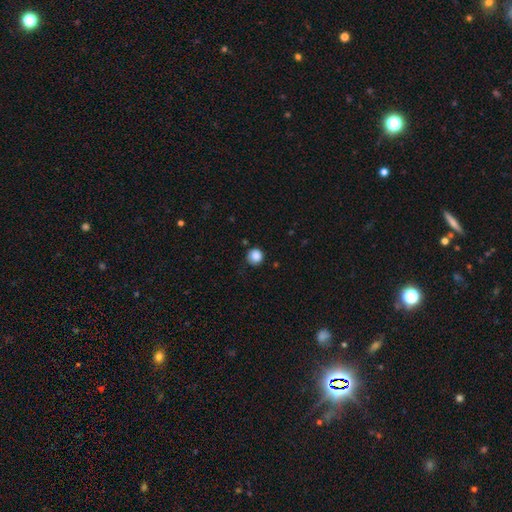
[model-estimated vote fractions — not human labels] smooth 87%, star or artifact 10%, featured or disk 4%. Down the decision tree: how rounded — round (93%); merging — none (80%).